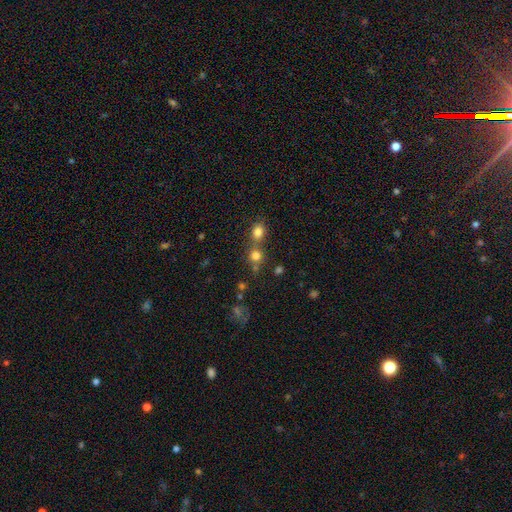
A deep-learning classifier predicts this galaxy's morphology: Smooth or featured? smooth (76%)
How rounded? round (87%)
Merging? none (54%)